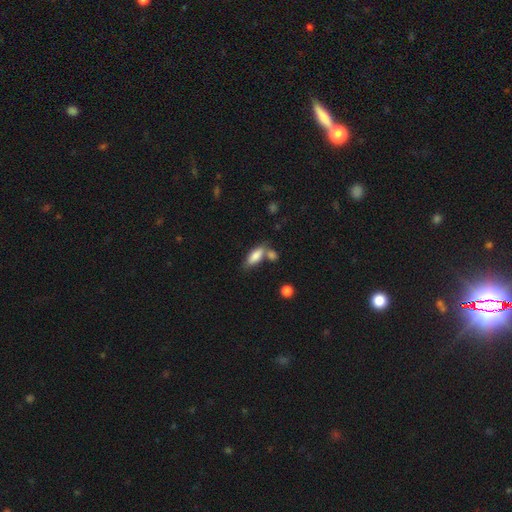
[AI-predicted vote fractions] smooth-or-featured: smooth: 81% | featured or disk: 11% | star or artifact: 7%
  how-rounded: in between: 76% | cigar-shaped: 21% | round: 3%
  merging: none: 52% | merger: 27% | minor disturbance: 15% | major disturbance: 5%